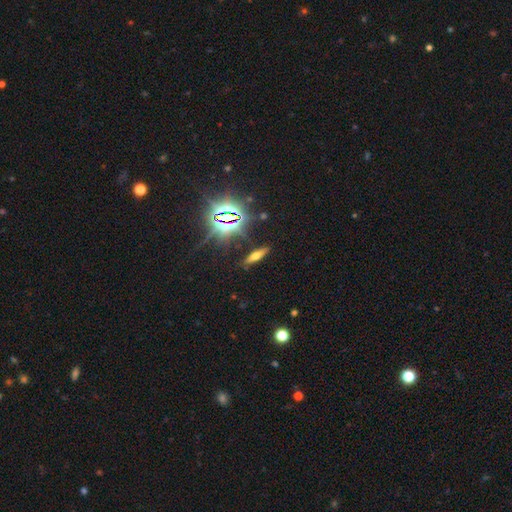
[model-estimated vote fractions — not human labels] A smooth galaxy with no disk features (44%).

Vote fractions:
- Smooth or featured? smooth: 44% / star or artifact: 30% / featured or disk: 26%
- Merging? none: 86% / minor disturbance: 9% / major disturbance: 3% / merger: 2%